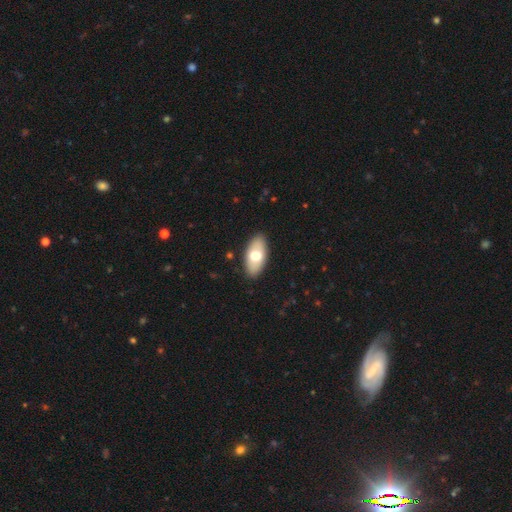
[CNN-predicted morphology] smooth_or_featured: smooth (p=0.67) [alt: featured or disk p=0.27]
how_rounded: in between (p=0.92) [alt: cigar-shaped p=0.05]
merging: none (p=0.88) [alt: minor disturbance p=0.09]